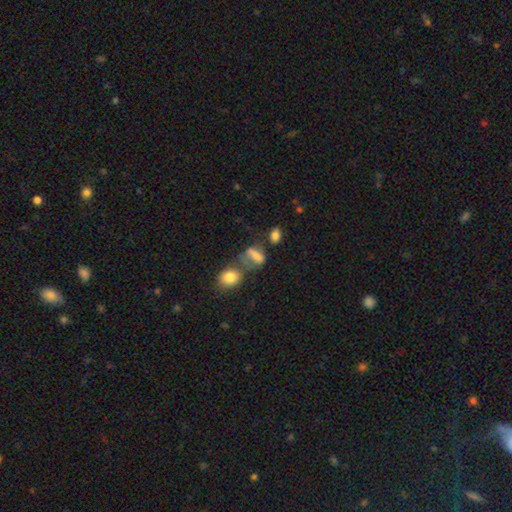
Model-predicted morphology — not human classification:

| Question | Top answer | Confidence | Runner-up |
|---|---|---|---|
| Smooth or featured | smooth | 68% | featured or disk (19%) |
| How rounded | in between | 74% | round (19%) |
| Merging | none | 34% | merger (29%) |